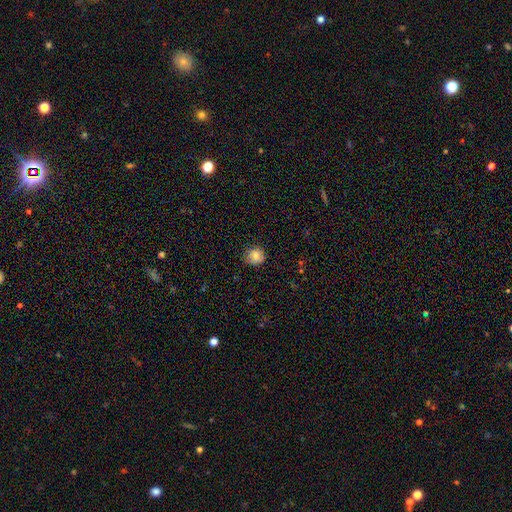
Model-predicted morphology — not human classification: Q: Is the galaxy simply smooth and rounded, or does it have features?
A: smooth — 77%.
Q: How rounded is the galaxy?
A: round — 81%.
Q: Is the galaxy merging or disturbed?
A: none — 76%.